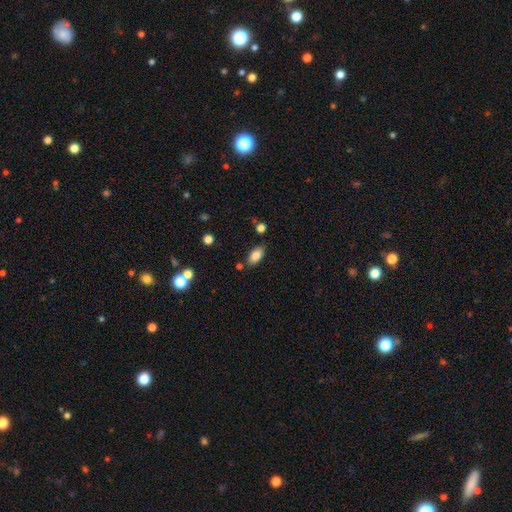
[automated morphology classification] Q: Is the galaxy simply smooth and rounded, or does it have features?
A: smooth — 84%.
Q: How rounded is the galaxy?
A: in between — 92%.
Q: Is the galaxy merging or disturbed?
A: none — 81%.